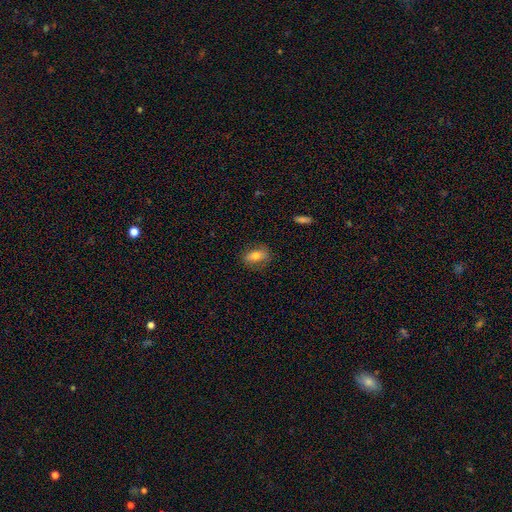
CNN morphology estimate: smooth-or-featured: smooth: 72% | featured or disk: 20% | star or artifact: 8%
  how-rounded: in between: 82% | round: 10% | cigar-shaped: 8%
  merging: none: 79% | minor disturbance: 15% | major disturbance: 4% | merger: 1%